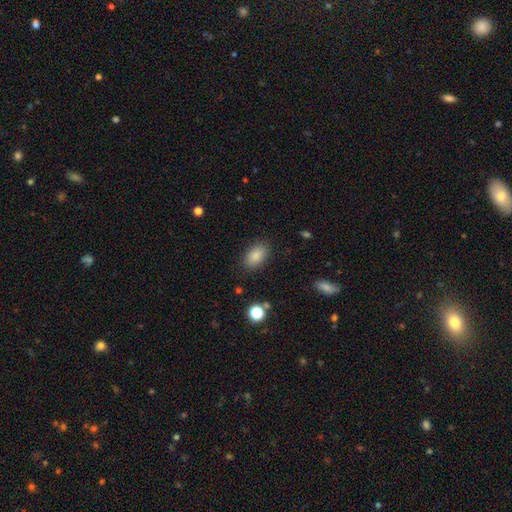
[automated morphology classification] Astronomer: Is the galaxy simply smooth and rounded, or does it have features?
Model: smooth — 86%.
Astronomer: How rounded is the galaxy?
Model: in between — 89%.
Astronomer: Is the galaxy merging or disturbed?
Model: none — 85%.